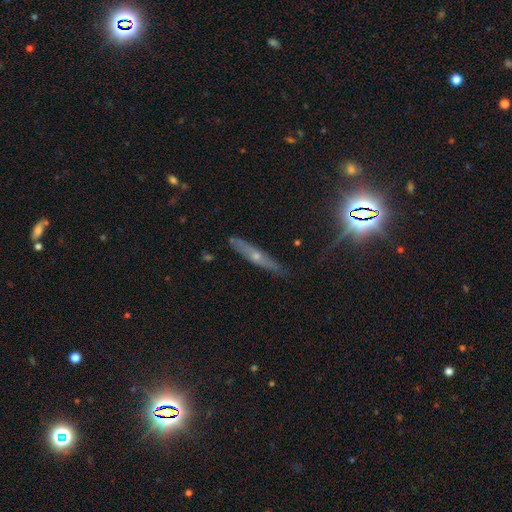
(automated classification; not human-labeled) Smooth or featured: featured or disk — 58% (smooth — 28%)
Edge-on disk: yes — 85% (no — 15%)
Merging: none — 81% (minor disturbance — 15%)